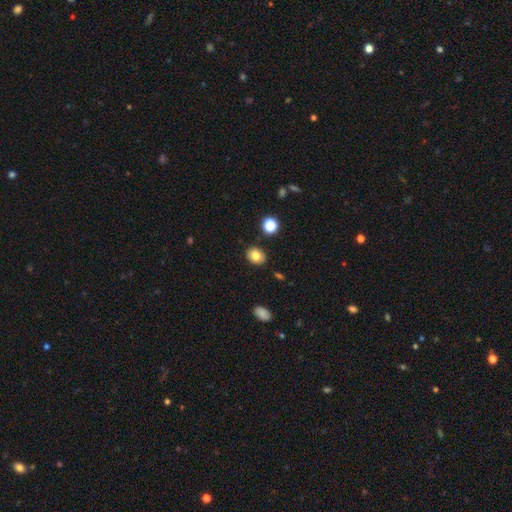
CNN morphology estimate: This appears to be a smooth galaxy with no disk features (79%) that is round (53%). Merging: none (88%).